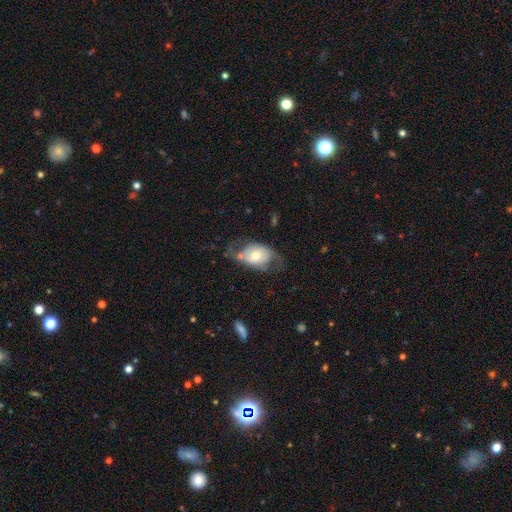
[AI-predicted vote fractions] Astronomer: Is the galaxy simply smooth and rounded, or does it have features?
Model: featured or disk — 53% (runner-up: smooth, 40%).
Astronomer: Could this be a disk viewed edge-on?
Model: no — 93%.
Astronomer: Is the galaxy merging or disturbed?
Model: none — 47% (runner-up: minor disturbance, 25%).